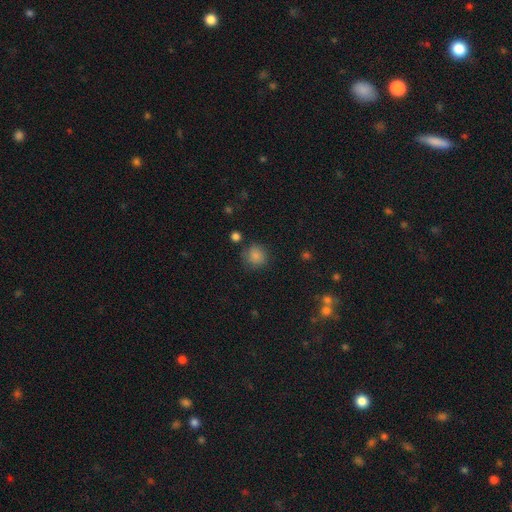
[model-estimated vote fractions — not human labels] Smooth or featured? Predicted: smooth (p=0.83). How rounded? Predicted: round (p=0.85). Merging? Predicted: none (p=0.78).